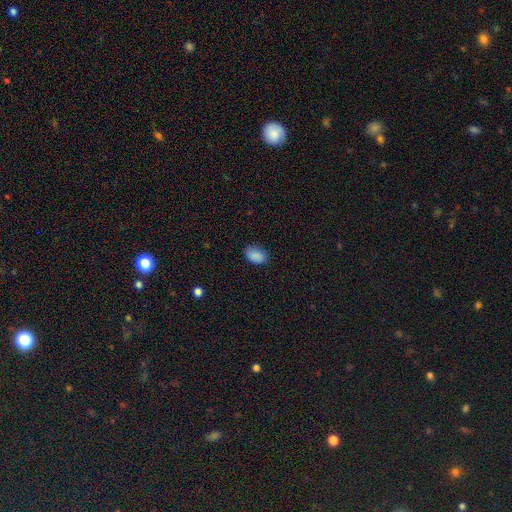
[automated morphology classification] smooth_or_featured: smooth (p=0.88) [alt: star or artifact p=0.08]
how_rounded: in between (p=0.86) [alt: round p=0.13]
merging: none (p=0.79) [alt: minor disturbance p=0.17]